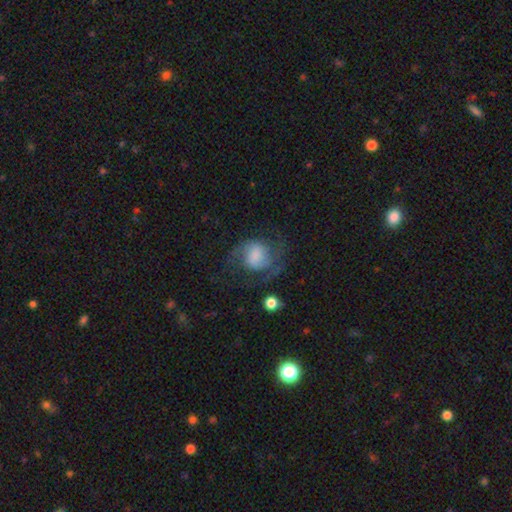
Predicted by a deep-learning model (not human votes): Q: Smooth or featured?
A: featured or disk (61%); runner-up: smooth (30%)
Q: Edge-on disk?
A: no (98%); runner-up: yes (2%)
Q: Bar?
A: no (45%); runner-up: weak (43%)
Q: Spiral arms?
A: yes (89%); runner-up: no (11%)
Q: Spiral winding?
A: medium (49%); runner-up: loose (34%)
Q: Spiral arm count?
A: 2 (82%); runner-up: can't tell (7%)
Q: Bulge size?
A: large (24%); tied with: small (24%)
Q: Merging?
A: none (55%); runner-up: major disturbance (23%)